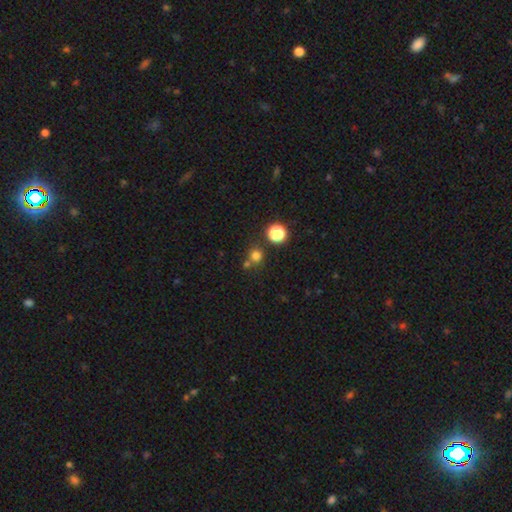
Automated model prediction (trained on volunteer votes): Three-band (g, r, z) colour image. It shows a smooth galaxy with no disk features (73%) that is round (90%). Merging: none (68%).